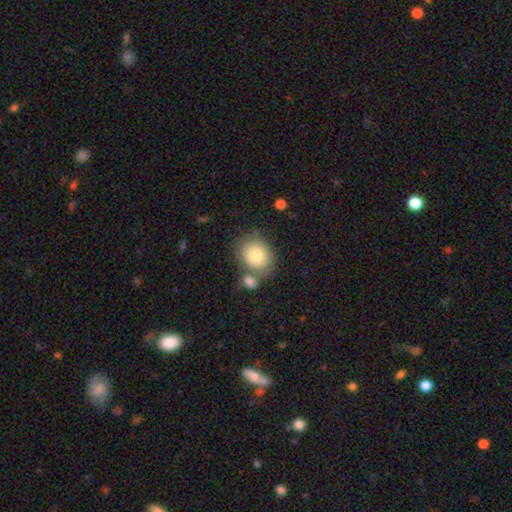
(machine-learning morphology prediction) This is likely a smooth galaxy (79%). How rounded: likely round (62%). Merging: possibly none (55%).